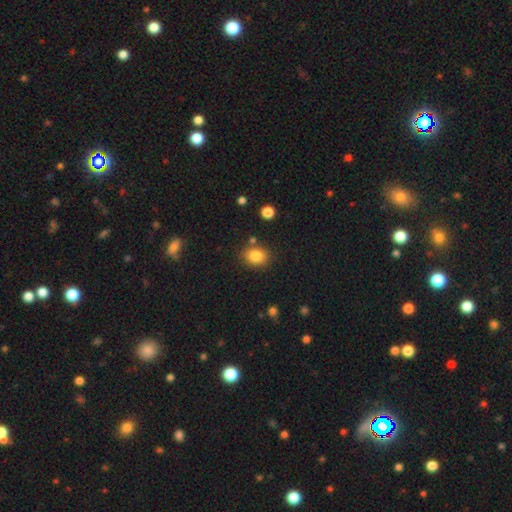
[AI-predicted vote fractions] Smooth or featured? smooth (83%)
How rounded? round (53%)
Merging? none (81%)